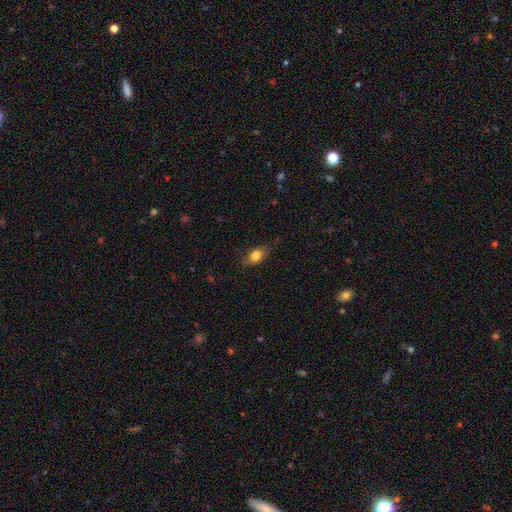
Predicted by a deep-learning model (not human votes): Smooth or featured?
  - smooth: 78% *
  - featured or disk: 13%
  - star or artifact: 9%
How rounded?
  - in between: 77% *
  - round: 14%
  - cigar-shaped: 9%
Merging?
  - none: 75% *
  - minor disturbance: 19%
  - major disturbance: 5%
  - merger: 1%